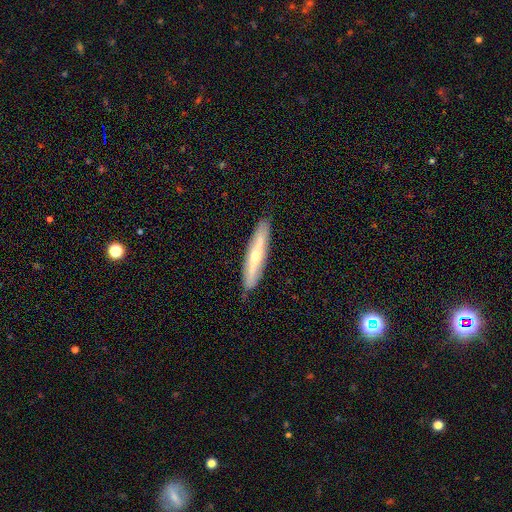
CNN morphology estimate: Smooth or featured: featured or disk — 58% (smooth — 36%)
Edge-on disk: yes — 76% (no — 24%)
Merging: none — 87% (minor disturbance — 10%)